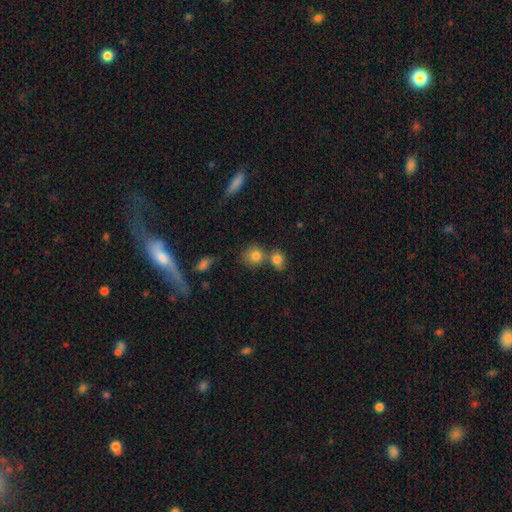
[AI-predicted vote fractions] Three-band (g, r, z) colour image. It shows a smooth galaxy with no disk features (80%) that is round (78%). Merging: none (50%).